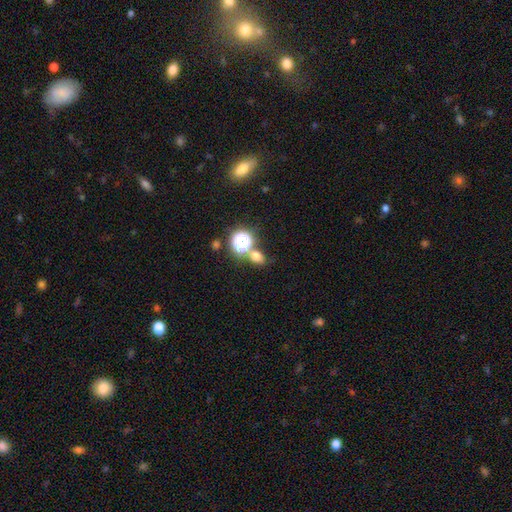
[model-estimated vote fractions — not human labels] smooth-or-featured: smooth: 66% | star or artifact: 25% | featured or disk: 9%
  how-rounded: in between: 51% | round: 47% | cigar-shaped: 2%
  merging: none: 61% | merger: 23% | minor disturbance: 11% | major disturbance: 5%